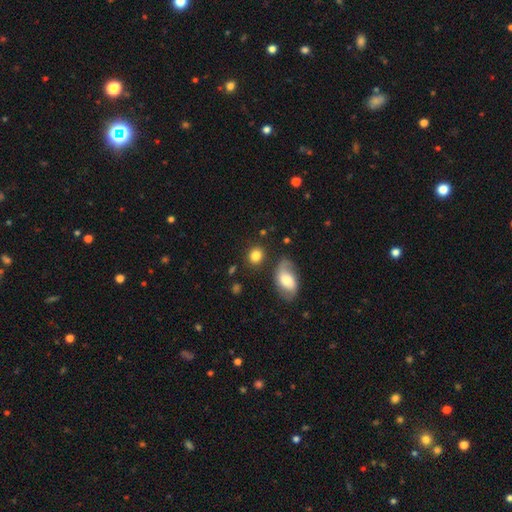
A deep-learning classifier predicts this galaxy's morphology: smooth_or_featured: smooth (p=0.82) [alt: featured or disk p=0.09]
how_rounded: round (p=0.73) [alt: in between p=0.25]
merging: none (p=0.79) [alt: minor disturbance p=0.11]